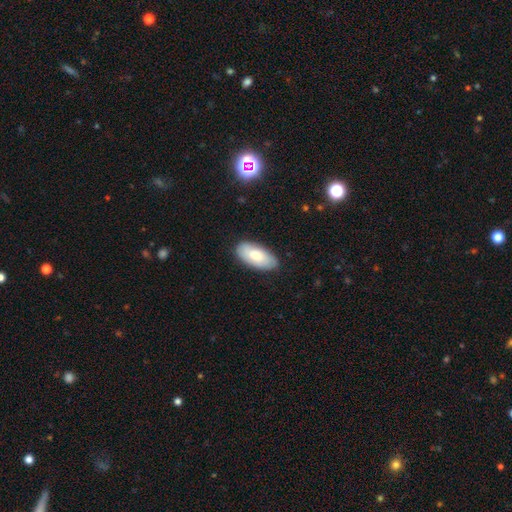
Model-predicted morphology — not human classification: smooth-or-featured: smooth: 74% | featured or disk: 21% | star or artifact: 6%
  how-rounded: in between: 93% | cigar-shaped: 4% | round: 2%
  merging: none: 84% | minor disturbance: 12% | major disturbance: 2% | merger: 1%